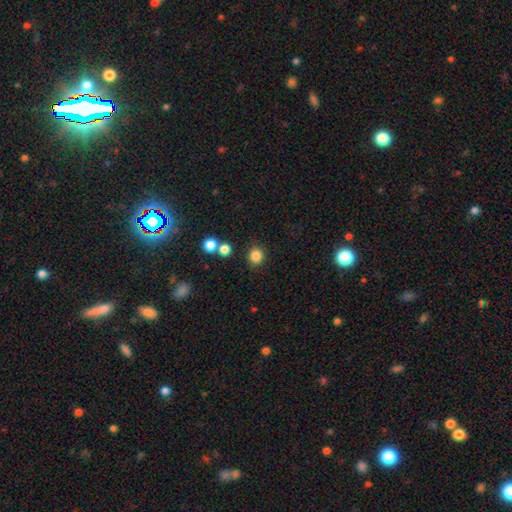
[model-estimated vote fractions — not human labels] Q: Smooth or featured?
A: smooth (84%); runner-up: star or artifact (12%)
Q: How rounded?
A: round (89%); runner-up: in between (10%)
Q: Merging?
A: none (85%); runner-up: minor disturbance (7%)